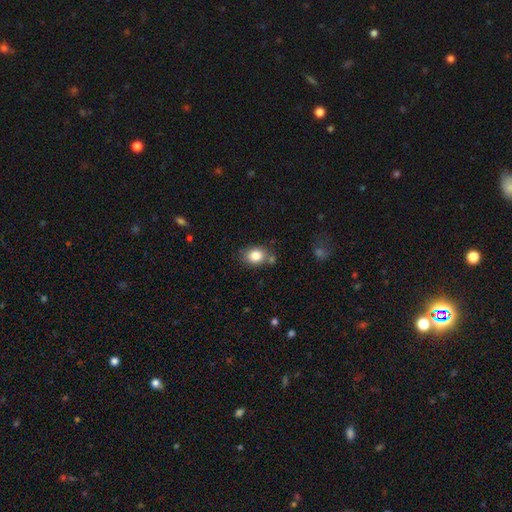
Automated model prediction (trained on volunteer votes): Smooth or featured?
  - smooth: 83% *
  - star or artifact: 9%
  - featured or disk: 8%
How rounded?
  - in between: 55% *
  - round: 44%
  - cigar-shaped: 1%
Merging?
  - none: 70% *
  - minor disturbance: 16%
  - merger: 9%
  - major disturbance: 4%